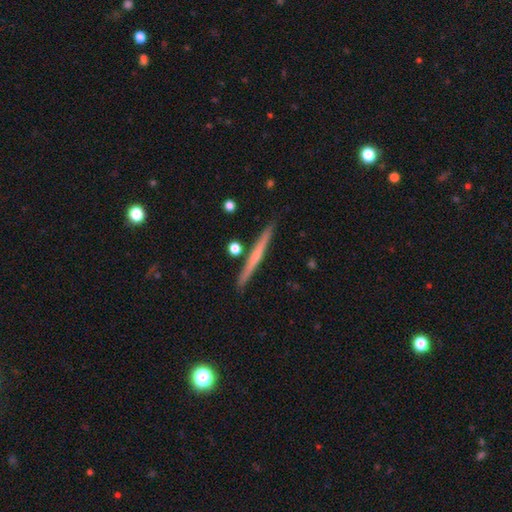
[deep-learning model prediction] featured or disk 57%, smooth 37%, star or artifact 6%. Down the decision tree: edge-on disk — yes (97%); edge-on bulge — none (64%); merging — none (89%).